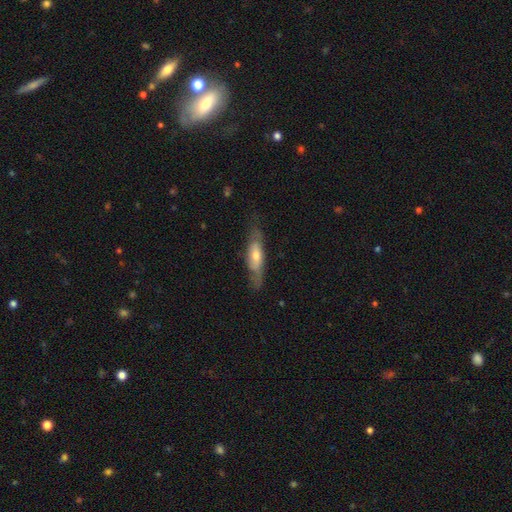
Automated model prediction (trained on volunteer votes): Smooth or featured?
  - featured or disk: 53% *
  - smooth: 41%
  - star or artifact: 6%
Edge-on disk?
  - no: 51% *
  - yes: 49%
Merging?
  - none: 69% *
  - minor disturbance: 22%
  - major disturbance: 8%
  - merger: 2%